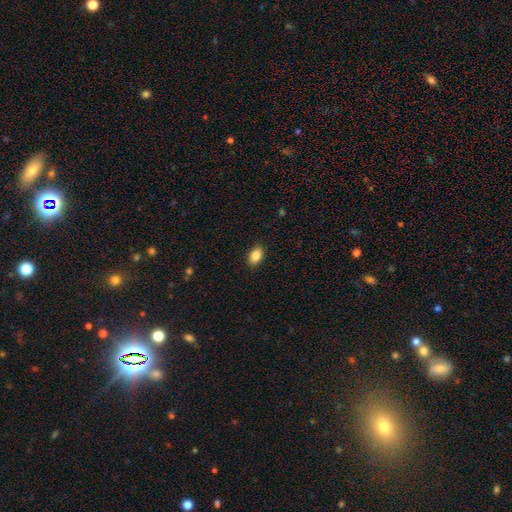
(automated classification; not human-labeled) Q: Smooth or featured?
A: smooth (86%); runner-up: star or artifact (8%)
Q: How rounded?
A: in between (82%); runner-up: round (16%)
Q: Merging?
A: none (89%); runner-up: minor disturbance (8%)